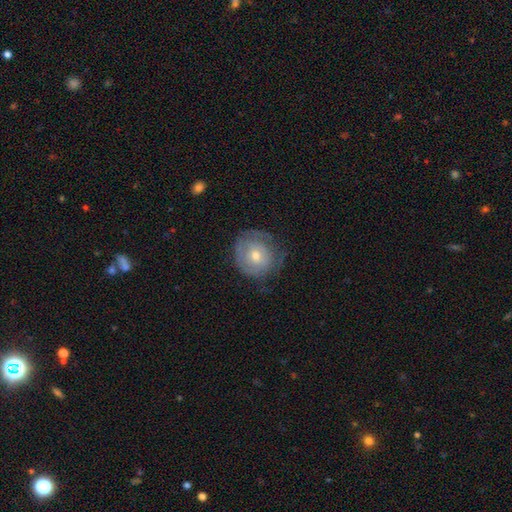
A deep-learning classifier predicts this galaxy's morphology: smooth_or_featured: featured or disk (p=0.49) [alt: smooth p=0.44]
merging: none (p=0.63) [alt: minor disturbance p=0.24]